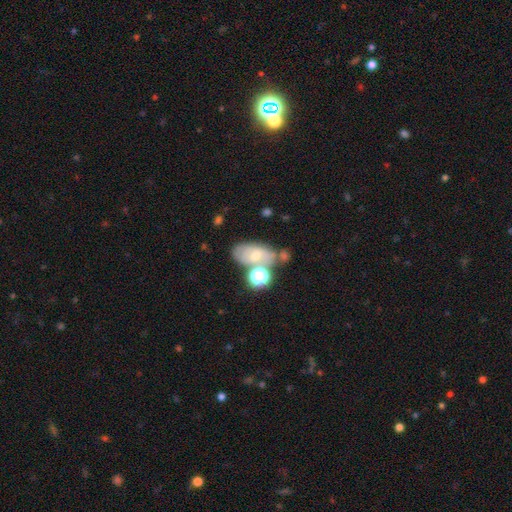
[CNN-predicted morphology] Smooth or featured? smooth (41%)
Merging? none (46%)